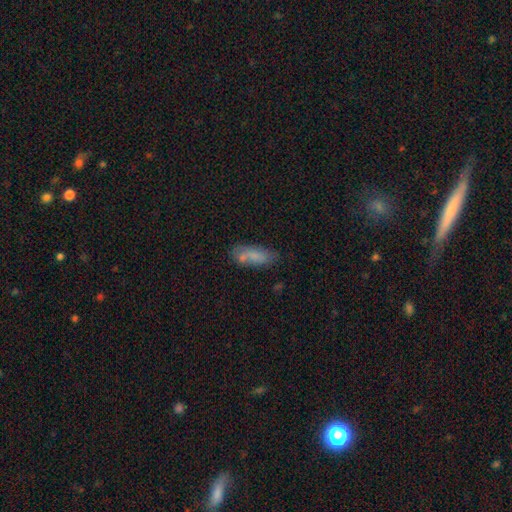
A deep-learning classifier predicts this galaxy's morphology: Smooth or featured?
  - smooth: 73% *
  - featured or disk: 19%
  - star or artifact: 8%
How rounded?
  - in between: 76% *
  - cigar-shaped: 21%
  - round: 3%
Merging?
  - none: 55% *
  - minor disturbance: 21%
  - merger: 16%
  - major disturbance: 8%